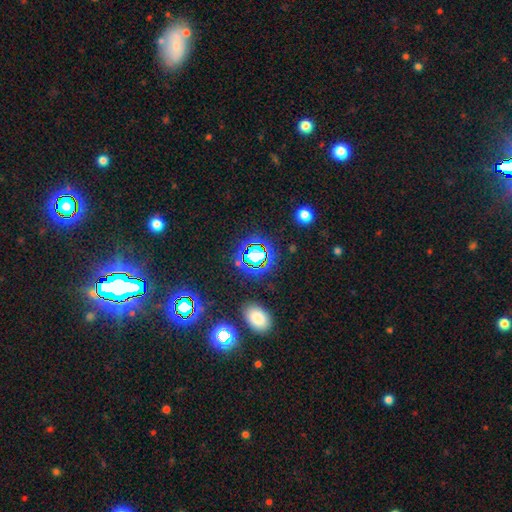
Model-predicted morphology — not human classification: The model was most divided on "smooth or featured": star or artifact: 65%, smooth: 25%, featured or disk: 11%.